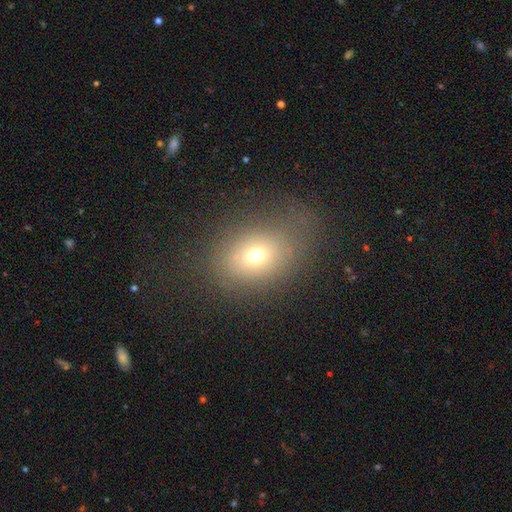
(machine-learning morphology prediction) Smooth or featured? Predicted: smooth (p=0.66). How rounded? Predicted: in between (p=0.60). Merging? Predicted: none (p=0.61).